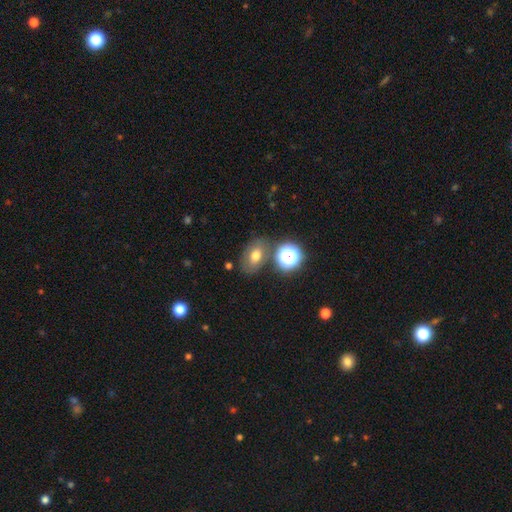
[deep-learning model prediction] Q: Smooth or featured?
A: smooth (63%); runner-up: featured or disk (21%)
Q: How rounded?
A: in between (77%); runner-up: round (22%)
Q: Merging?
A: none (71%); runner-up: minor disturbance (14%)